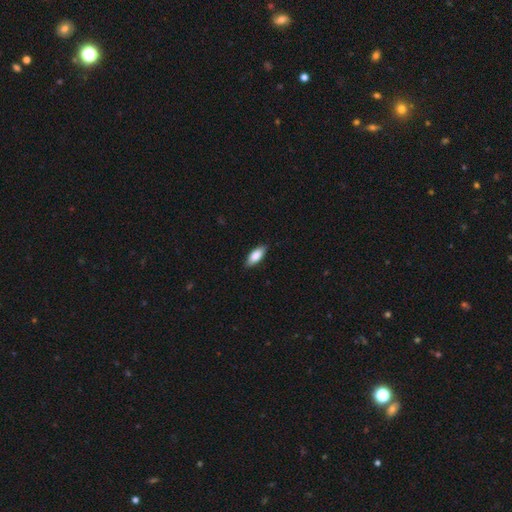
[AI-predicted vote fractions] Q: Smooth or featured?
A: smooth (80%); runner-up: featured or disk (14%)
Q: How rounded?
A: in between (77%); runner-up: cigar-shaped (21%)
Q: Merging?
A: none (88%); runner-up: minor disturbance (9%)